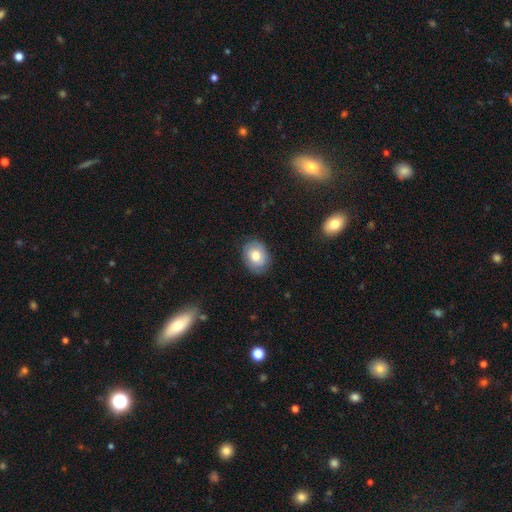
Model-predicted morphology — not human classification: The model was most divided on "how rounded": in between: 52%, round: 47%, cigar-shaped: 1%. More confident: merging — none (81%); smooth or featured — smooth (73%).